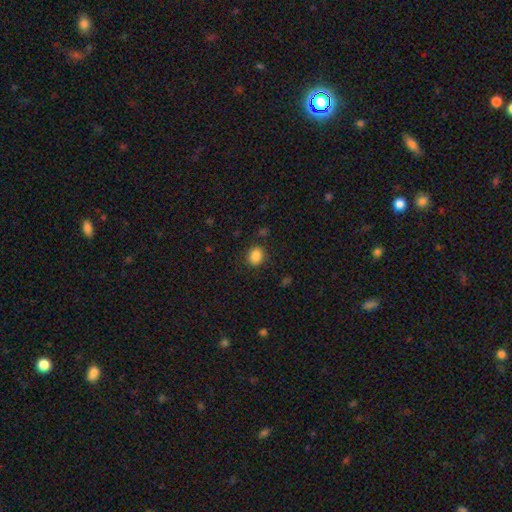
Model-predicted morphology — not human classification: This appears to be a smooth galaxy with no disk features (87%) that is round (50%). Merging: none (83%).